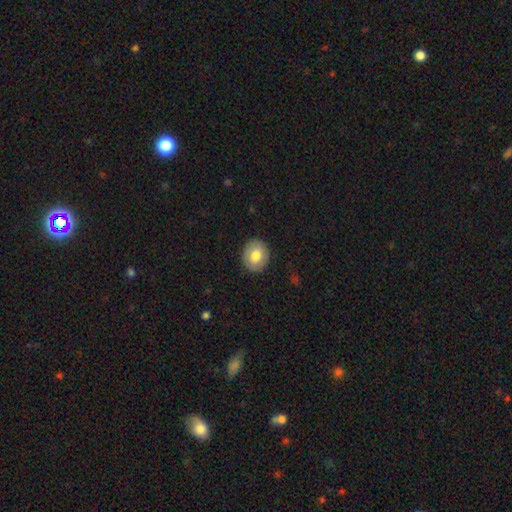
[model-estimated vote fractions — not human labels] smooth_or_featured: smooth (p=0.74) [alt: featured or disk p=0.19]
how_rounded: round (p=0.69) [alt: in between p=0.30]
merging: none (p=0.89) [alt: minor disturbance p=0.08]